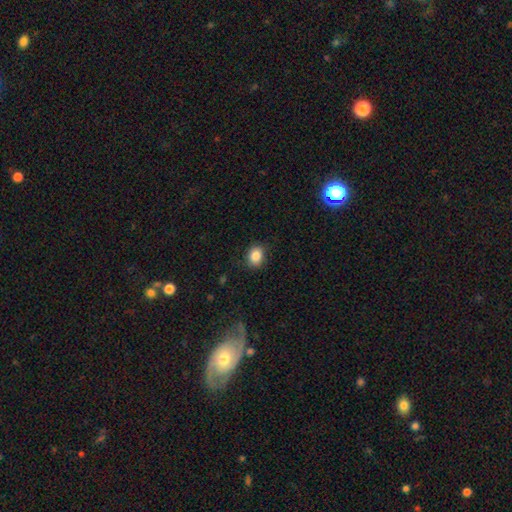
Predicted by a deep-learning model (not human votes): This is clearly a smooth galaxy (86%). How rounded: possibly in between (53%). Merging: clearly none (84%).